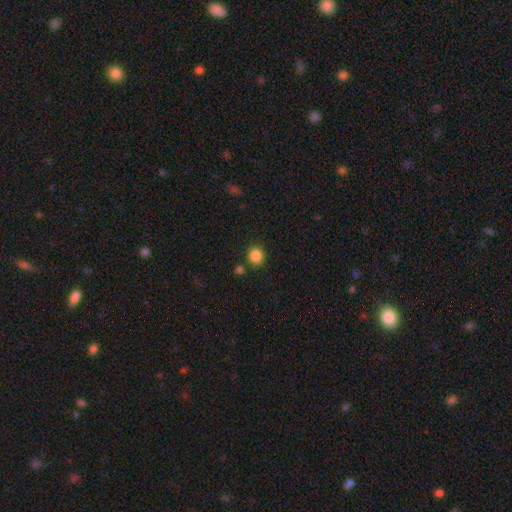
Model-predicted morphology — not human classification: smooth-or-featured: smooth: 86% | star or artifact: 11% | featured or disk: 3%
  how-rounded: round: 85% | in between: 14% | cigar-shaped: 1%
  merging: none: 83% | minor disturbance: 8% | merger: 6% | major disturbance: 3%